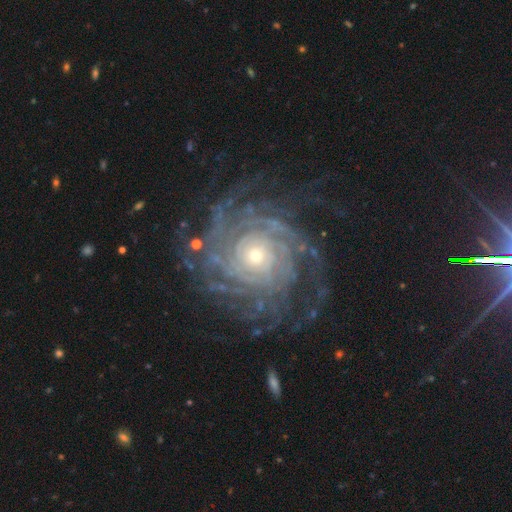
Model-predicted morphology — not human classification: Smooth or featured? Predicted: featured or disk (p=0.91). Edge-on disk? Predicted: no (p=0.97). Bar? Predicted: no (p=0.78). Spiral arms? Predicted: yes (p=0.98). Spiral winding? Predicted: tight (p=0.80). Spiral arm count? Predicted: more than 4 (p=0.35). Bulge size? Predicted: small (p=0.65). Merging? Predicted: none (p=0.76).